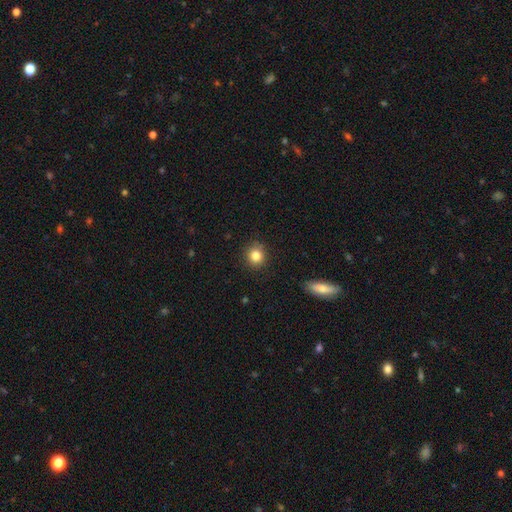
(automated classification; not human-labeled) A smooth galaxy with no disk features (84%) that is round (88%). Merging: none (87%).